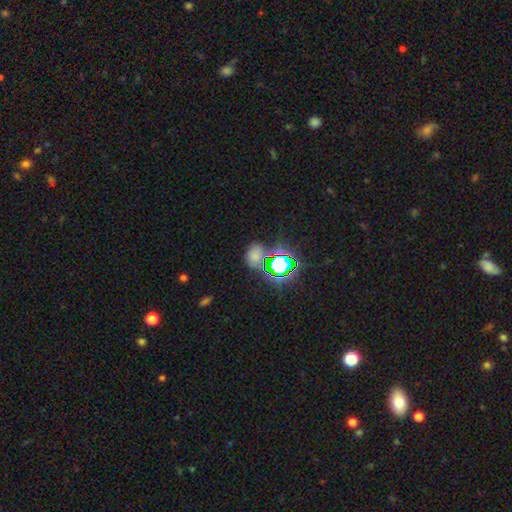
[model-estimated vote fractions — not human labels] Overall: smooth (52%; star or artifact 40%). How rounded: in between (50%; round 48%). Merging: none (68%).